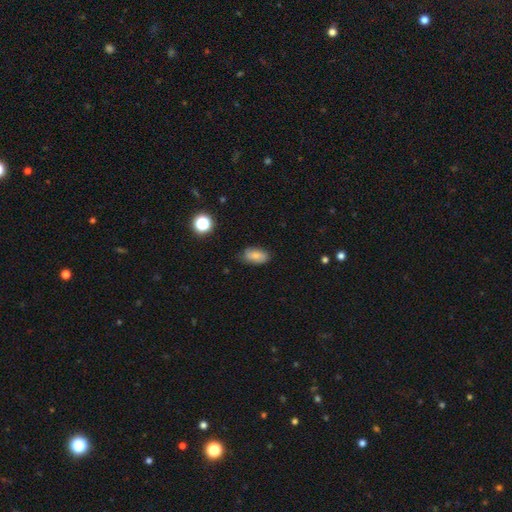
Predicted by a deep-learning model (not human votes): Smooth or featured? Predicted: smooth (p=0.77). How rounded? Predicted: in between (p=0.91). Merging? Predicted: none (p=0.75).